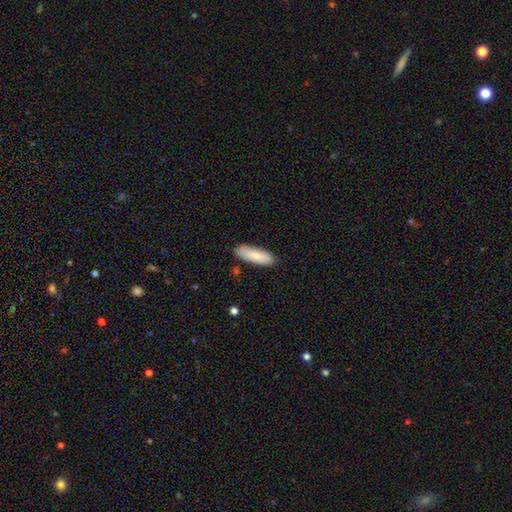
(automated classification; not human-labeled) Smooth or featured? Predicted: smooth (p=0.83). How rounded? Predicted: in between (p=0.58). Merging? Predicted: none (p=0.84).